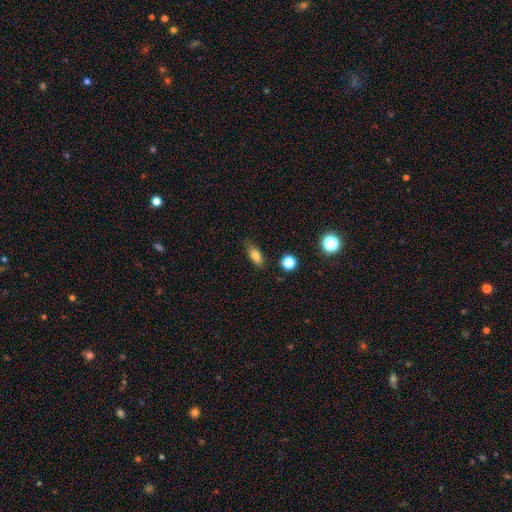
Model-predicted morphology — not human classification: This appears to be a smooth galaxy with no disk features (78%) that is in between round and cigar-shaped (74%). Merging: none (73%).